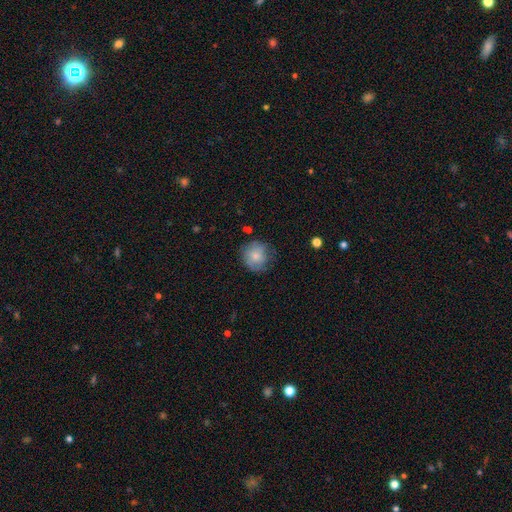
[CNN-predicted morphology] The model was most divided on "merging": none: 66%, minor disturbance: 24%, major disturbance: 8%, merger: 2%. More confident: how rounded — round (87%); smooth or featured — smooth (75%).